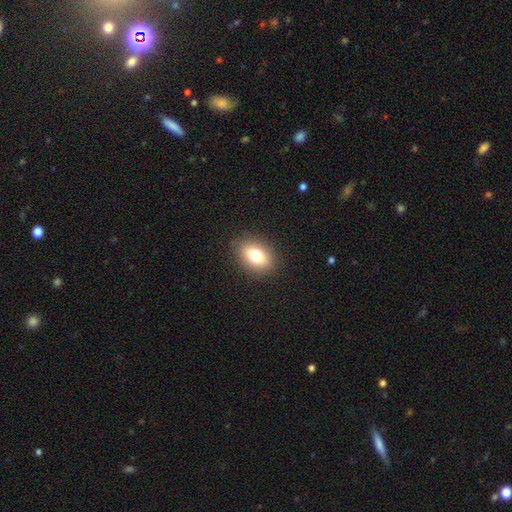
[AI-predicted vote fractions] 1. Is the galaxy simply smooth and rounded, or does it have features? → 75% smooth, 15% featured or disk, 10% star or artifact.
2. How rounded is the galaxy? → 78% in between, 20% round, 2% cigar-shaped.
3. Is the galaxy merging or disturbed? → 87% none, 9% minor disturbance, 3% major disturbance, 1% merger.